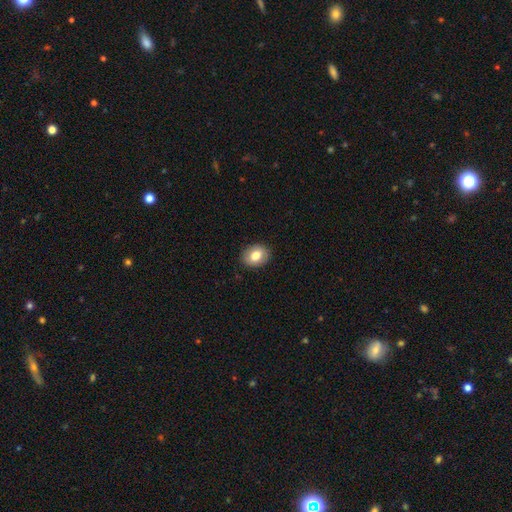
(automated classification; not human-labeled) Smooth or featured? Predicted: smooth (p=0.79). How rounded? Predicted: in between (p=0.57). Merging? Predicted: none (p=0.89).